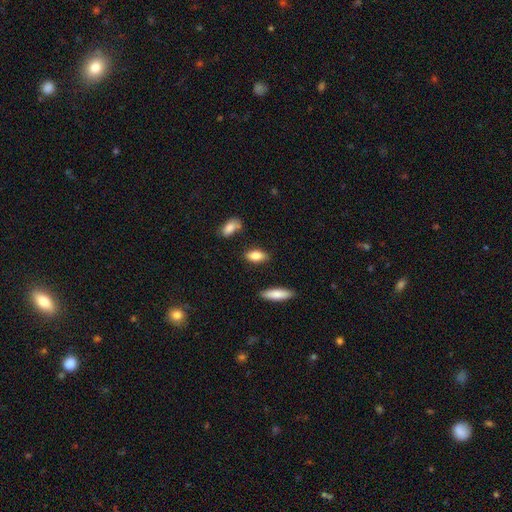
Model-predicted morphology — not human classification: Q: Smooth or featured?
A: smooth (82%); runner-up: featured or disk (11%)
Q: How rounded?
A: in between (84%); runner-up: cigar-shaped (12%)
Q: Merging?
A: none (83%); runner-up: minor disturbance (12%)